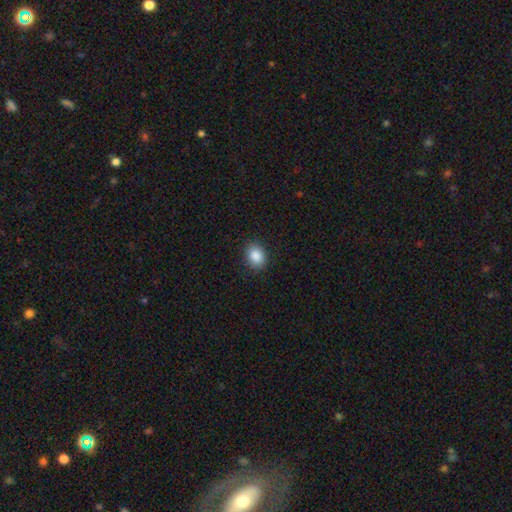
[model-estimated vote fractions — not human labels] smooth-or-featured: smooth: 88% | star or artifact: 9% | featured or disk: 4%
  how-rounded: in between: 58% | round: 41% | cigar-shaped: 1%
  merging: none: 89% | minor disturbance: 8% | major disturbance: 2% | merger: 1%